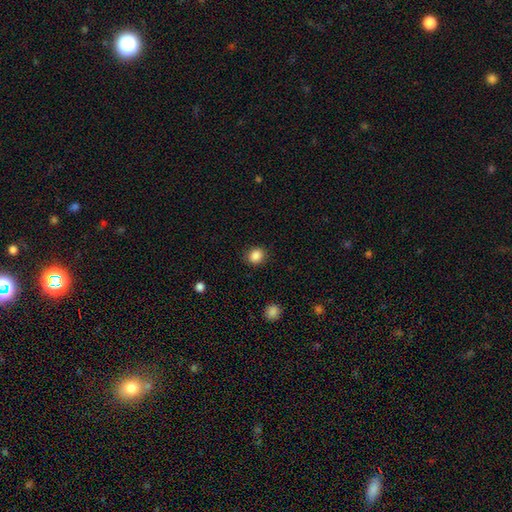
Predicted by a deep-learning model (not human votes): This appears to be a smooth galaxy with no disk features (87%) that is round (69%). Merging: none (87%).